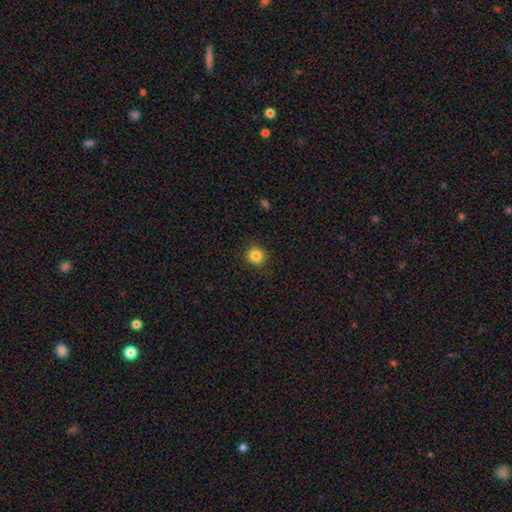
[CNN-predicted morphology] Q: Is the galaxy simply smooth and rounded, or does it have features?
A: smooth — 84%.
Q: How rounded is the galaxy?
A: round — 89%.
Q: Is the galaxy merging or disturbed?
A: none — 89%.